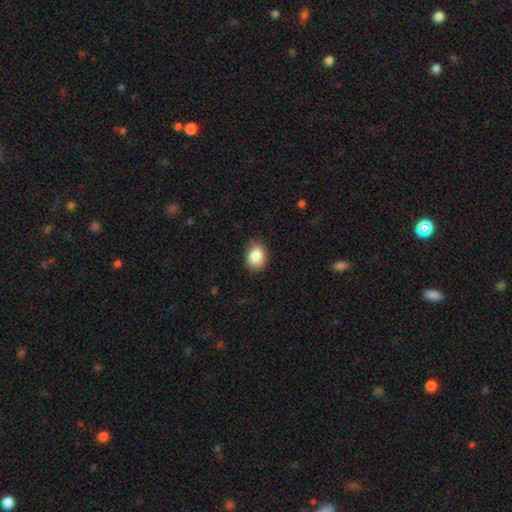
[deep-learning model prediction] Smooth or featured: smooth — 86% (star or artifact — 8%)
How rounded: in between — 74% (round — 25%)
Merging: none — 84% (minor disturbance — 12%)